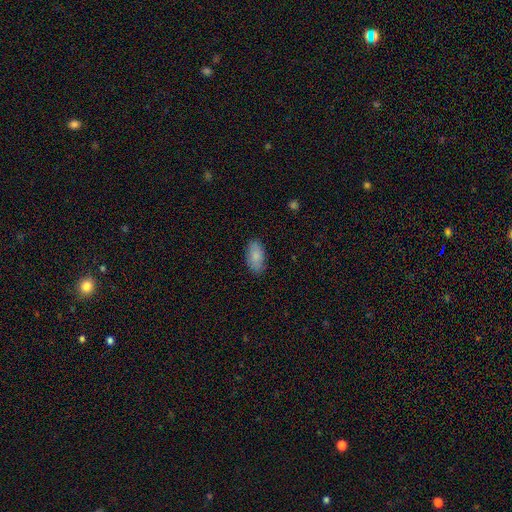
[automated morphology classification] This appears to be a smooth galaxy with no disk features (85%) that is in between round and cigar-shaped (93%). Merging: none (86%).